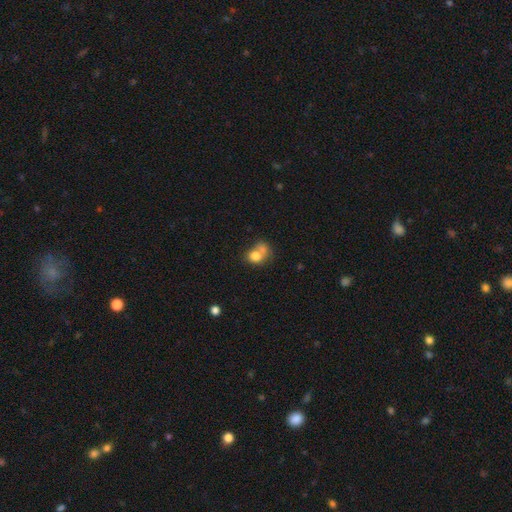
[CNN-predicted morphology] Smooth or featured?
  - smooth: 74% *
  - featured or disk: 16%
  - star or artifact: 10%
How rounded?
  - round: 59% *
  - in between: 40%
  - cigar-shaped: 1%
Merging?
  - merger: 54% *
  - none: 28%
  - minor disturbance: 11%
  - major disturbance: 8%